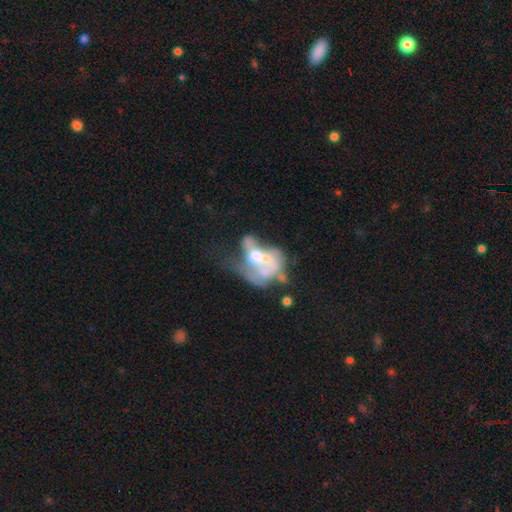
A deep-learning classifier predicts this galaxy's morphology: Smooth or featured?
  - featured or disk: 65% *
  - smooth: 23%
  - star or artifact: 12%
Edge-on disk?
  - no: 97% *
  - yes: 3%
Bar?
  - no: 83% *
  - weak: 13%
  - strong: 4%
Spiral arms?
  - no: 78% *
  - yes: 22%
Bulge size?
  - moderate: 51% *
  - small: 23%
  - none: 16%
  - large: 8%
  - dominant: 2%
Merging?
  - merger: 44% *
  - major disturbance: 33%
  - none: 13%
  - minor disturbance: 10%